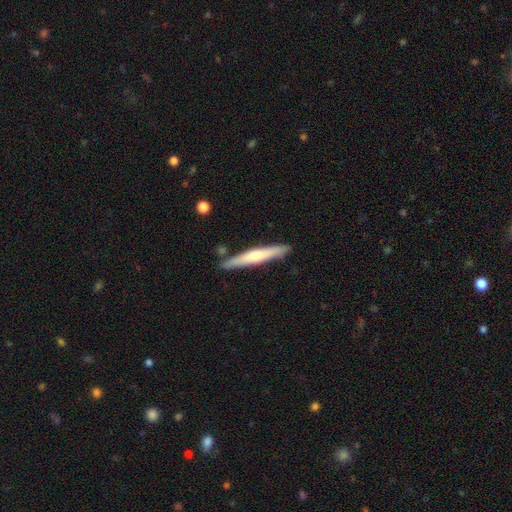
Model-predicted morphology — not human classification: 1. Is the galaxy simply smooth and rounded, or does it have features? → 49% smooth, 46% featured or disk, 5% star or artifact.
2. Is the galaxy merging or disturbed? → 84% none, 11% minor disturbance, 3% merger, 2% major disturbance.